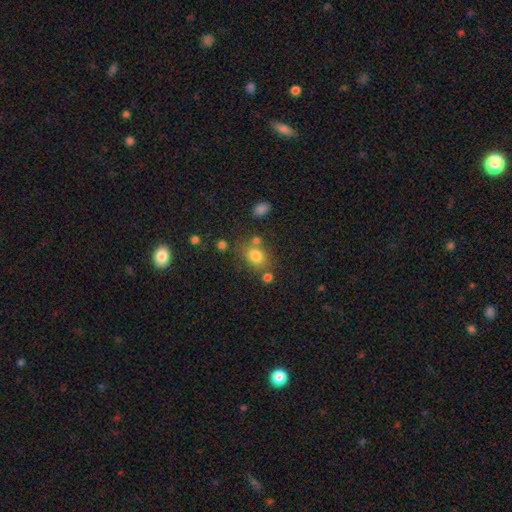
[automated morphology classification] Smooth or featured? smooth (78%)
How rounded? in between (59%)
Merging? none (65%)